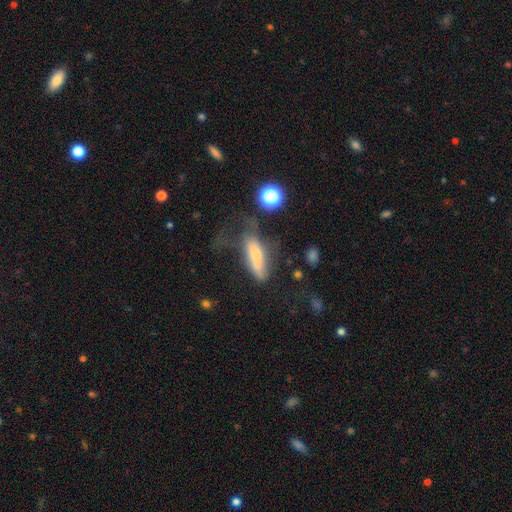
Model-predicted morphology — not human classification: Overall: smooth (63%; featured or disk 26%). How rounded: cigar-shaped (55%; in between 42%). Merging: major disturbance (43%; none 25%).